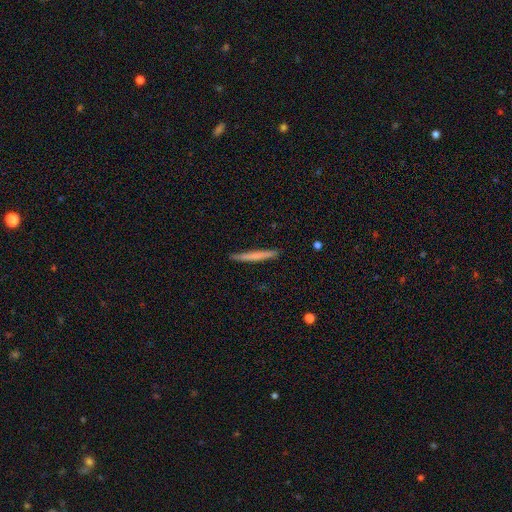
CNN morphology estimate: This appears to be a smooth galaxy with no disk features (66%) that is cigar-shaped (97%). Merging: none (90%).